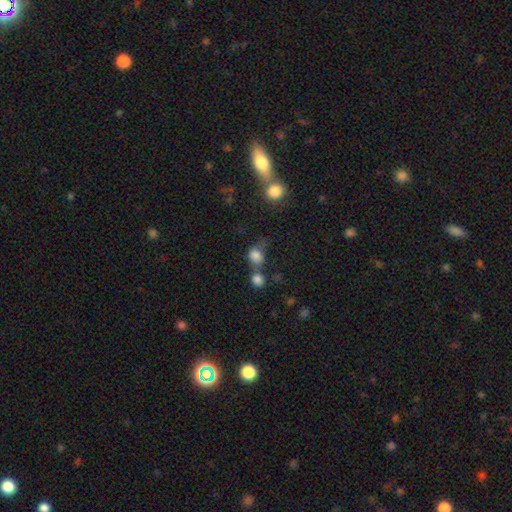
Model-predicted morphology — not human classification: A smooth galaxy with no disk features (79%) that is round (62%). Merging: merger (36%).